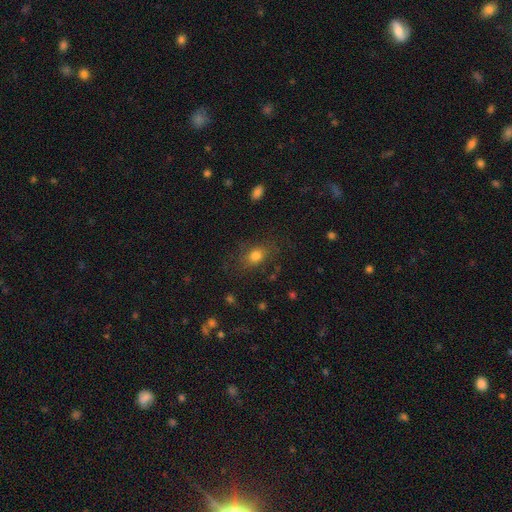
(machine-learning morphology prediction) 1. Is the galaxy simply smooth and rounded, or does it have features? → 76% smooth, 13% star or artifact, 12% featured or disk.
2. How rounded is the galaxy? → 63% in between, 35% round, 3% cigar-shaped.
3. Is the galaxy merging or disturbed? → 73% none, 17% minor disturbance, 8% major disturbance, 2% merger.